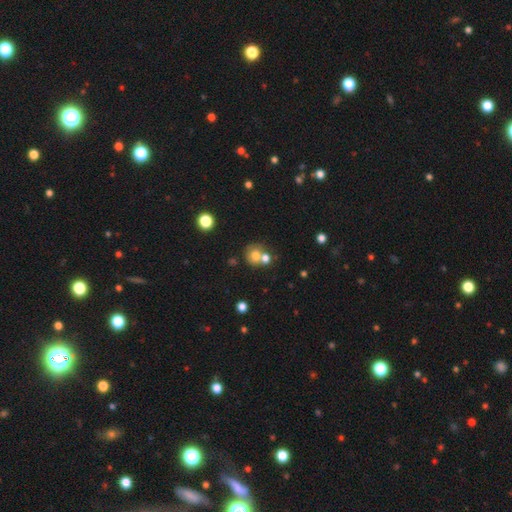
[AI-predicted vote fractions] smooth-or-featured: smooth: 71% | featured or disk: 16% | star or artifact: 13%
  how-rounded: round: 79% | in between: 20% | cigar-shaped: 1%
  merging: merger: 44% | none: 42% | minor disturbance: 9% | major disturbance: 5%